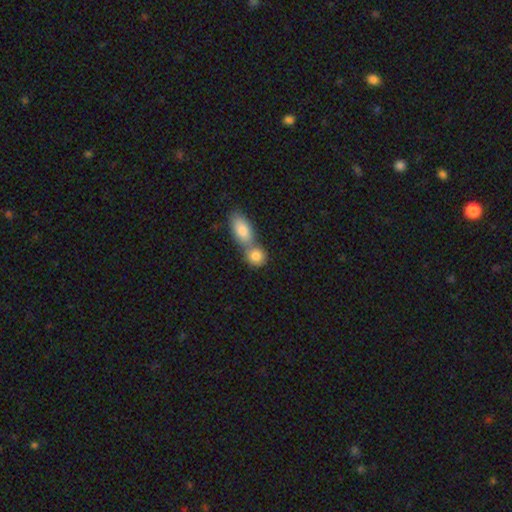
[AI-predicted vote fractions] smooth_or_featured: smooth (p=0.84) [alt: featured or disk p=0.08]
how_rounded: round (p=0.59) [alt: in between p=0.38]
merging: merger (p=0.57) [alt: none p=0.35]